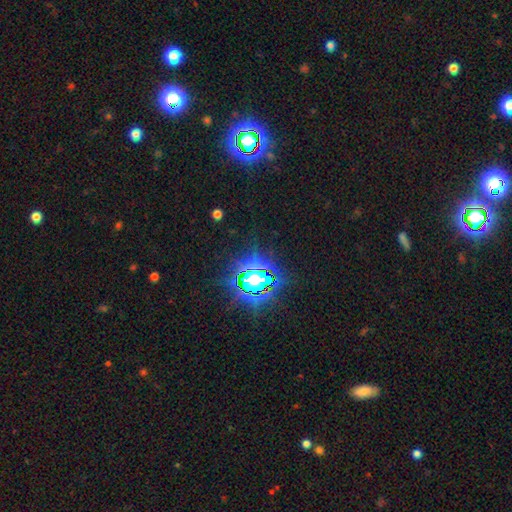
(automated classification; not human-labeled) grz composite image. It shows a star or artifact, not a galaxy (83%).